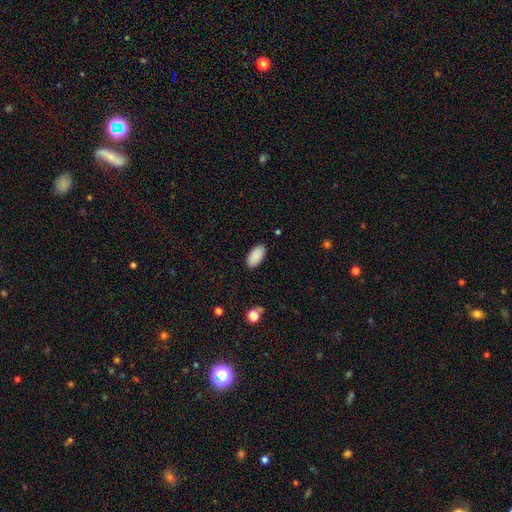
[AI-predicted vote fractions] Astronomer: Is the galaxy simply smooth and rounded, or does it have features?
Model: smooth — 90%.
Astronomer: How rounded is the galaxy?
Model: in between — 94%.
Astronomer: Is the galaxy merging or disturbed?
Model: none — 89%.